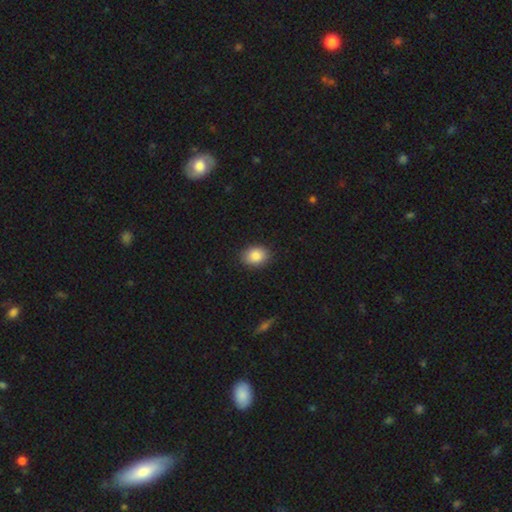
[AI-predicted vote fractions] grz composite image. It shows a smooth galaxy with no disk features (87%) that is in between round and cigar-shaped (70%). Merging: none (88%).